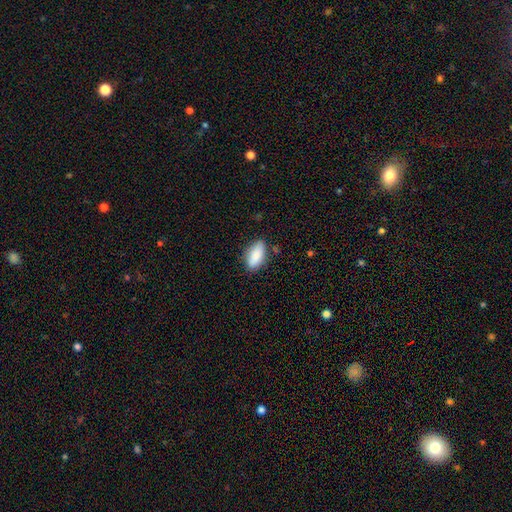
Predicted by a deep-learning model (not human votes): The model was most divided on "merging": none: 78%, minor disturbance: 17%, major disturbance: 3%, merger: 2%. More confident: how rounded — in between (87%); smooth or featured — smooth (86%).